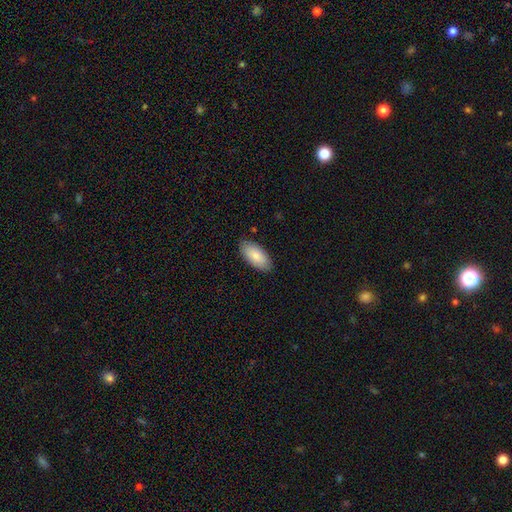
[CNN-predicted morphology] smooth 85%, featured or disk 9%, star or artifact 6%. Down the decision tree: how rounded — in between (94%); merging — none (85%).